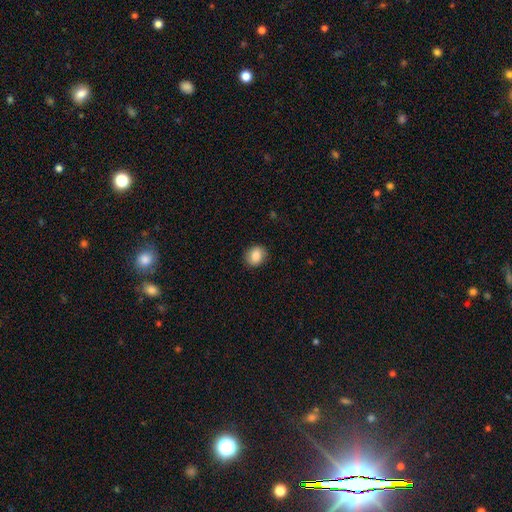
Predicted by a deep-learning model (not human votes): Smooth or featured?
  - smooth: 84% *
  - star or artifact: 8%
  - featured or disk: 8%
How rounded?
  - round: 62% *
  - in between: 37%
  - cigar-shaped: 1%
Merging?
  - none: 87% *
  - minor disturbance: 10%
  - major disturbance: 3%
  - merger: 1%